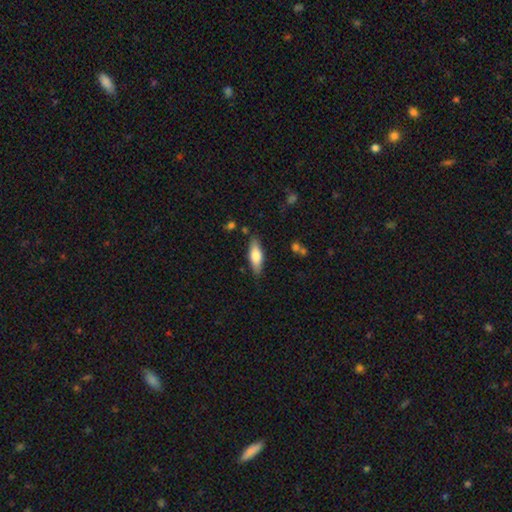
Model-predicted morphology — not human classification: A smooth galaxy with no disk features (69%) that is in between round and cigar-shaped (59%).

Vote fractions:
- Smooth or featured? smooth: 69% / featured or disk: 25% / star or artifact: 6%
- How rounded? in between: 59% / cigar-shaped: 39% / round: 2%
- Merging? none: 83% / minor disturbance: 12% / major disturbance: 3% / merger: 2%